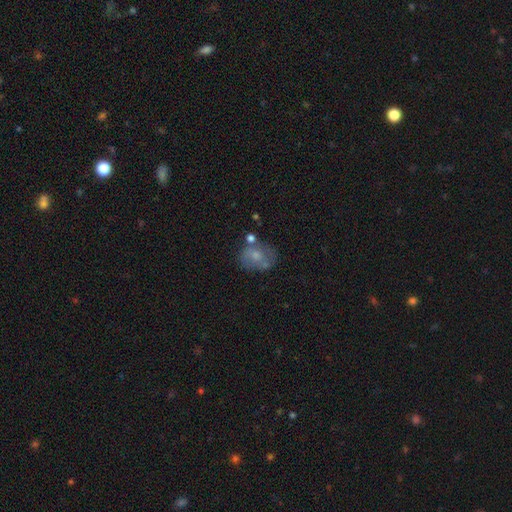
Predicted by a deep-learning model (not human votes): smooth_or_featured: smooth (p=0.54) [alt: featured or disk p=0.36]
how_rounded: in between (p=0.58) [alt: round p=0.41]
merging: none (p=0.49) [alt: minor disturbance p=0.24]